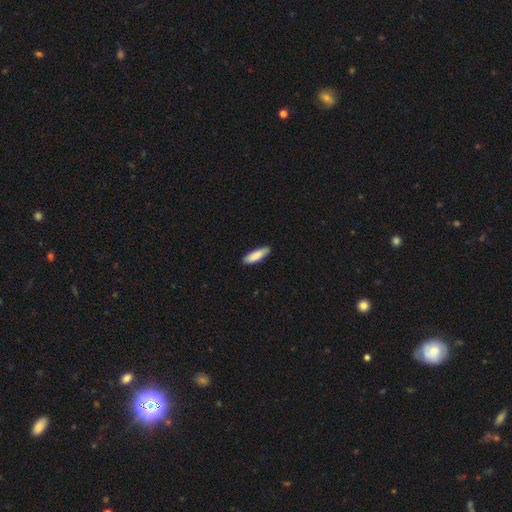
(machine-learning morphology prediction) The model was most divided on "how rounded": cigar-shaped: 56%, in between: 43%, round: 1%. More confident: smooth or featured — smooth (87%); merging — none (82%).